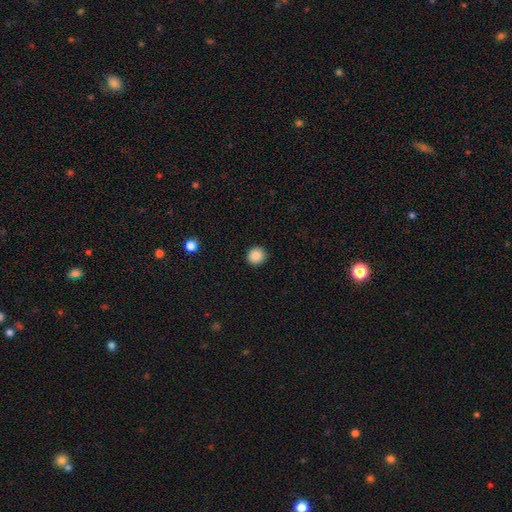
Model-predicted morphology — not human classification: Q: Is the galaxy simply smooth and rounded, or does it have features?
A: smooth — 88%.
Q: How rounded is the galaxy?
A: round — 92%.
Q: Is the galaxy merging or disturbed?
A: none — 92%.